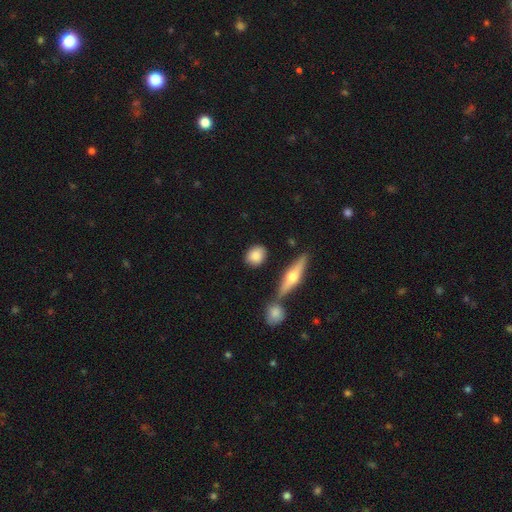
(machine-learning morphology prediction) A smooth galaxy with no disk features (80%) that is round (59%). Merging: none (82%).